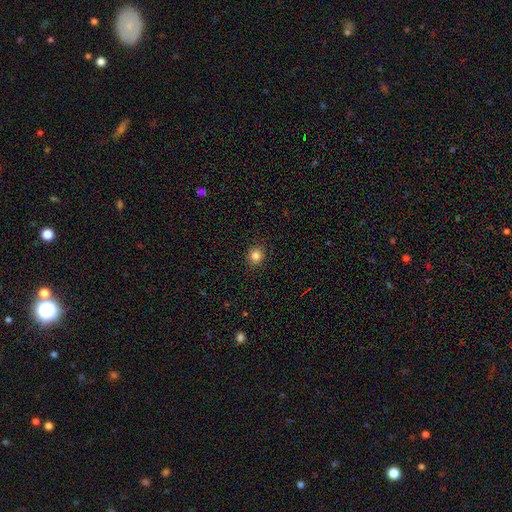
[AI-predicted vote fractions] Overall: smooth (84%). How rounded: round (83%). Merging: none (90%).